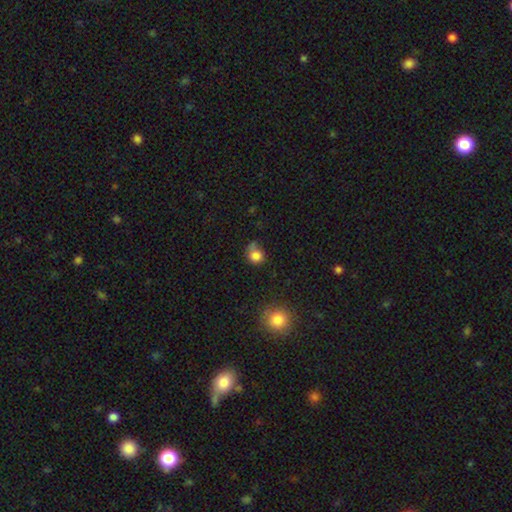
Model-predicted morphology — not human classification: Overall: smooth (81%). How rounded: round (78%). Merging: none (49%; minor disturbance 27%).